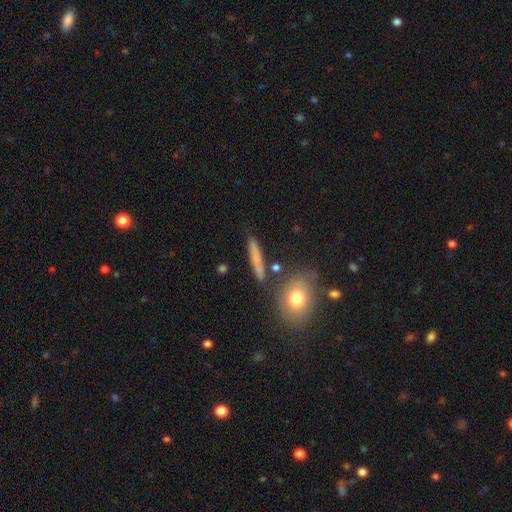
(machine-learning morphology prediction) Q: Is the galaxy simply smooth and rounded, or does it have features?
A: smooth — 72%.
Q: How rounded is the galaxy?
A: cigar-shaped — 85%.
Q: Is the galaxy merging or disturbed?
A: none — 78%.